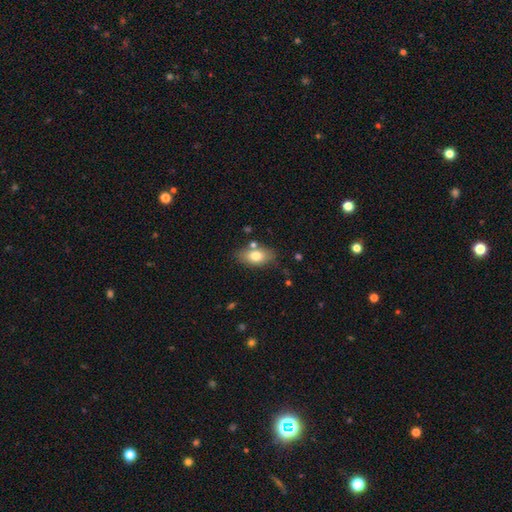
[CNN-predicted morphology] Smooth or featured? Predicted: smooth (p=0.77). How rounded? Predicted: in between (p=0.89). Merging? Predicted: none (p=0.74).